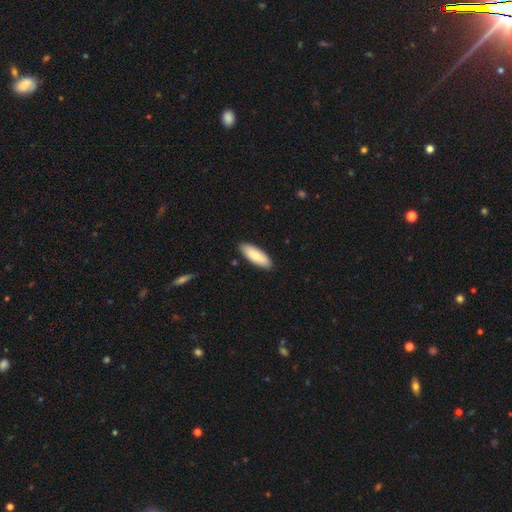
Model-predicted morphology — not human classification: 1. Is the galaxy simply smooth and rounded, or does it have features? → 82% smooth, 12% featured or disk, 5% star or artifact.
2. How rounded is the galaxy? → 70% in between, 28% cigar-shaped, 2% round.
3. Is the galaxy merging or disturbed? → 88% none, 9% minor disturbance, 2% major disturbance, 1% merger.